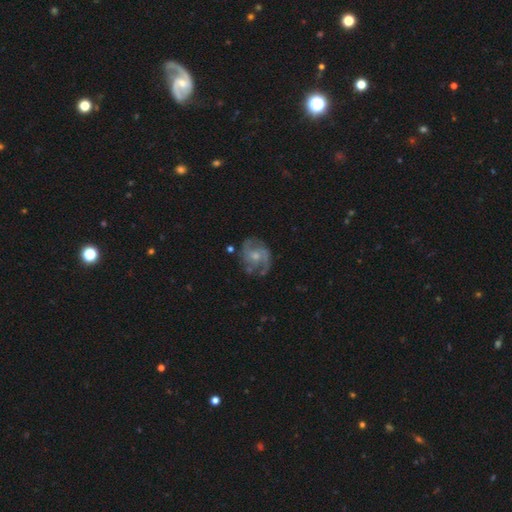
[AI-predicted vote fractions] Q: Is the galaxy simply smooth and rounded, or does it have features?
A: featured or disk — 78%.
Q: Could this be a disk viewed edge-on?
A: no — 98%.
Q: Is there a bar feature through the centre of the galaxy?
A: no — 67%.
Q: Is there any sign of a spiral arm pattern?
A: yes — 90%.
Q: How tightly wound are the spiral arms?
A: medium — 50%.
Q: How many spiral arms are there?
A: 2 — 59%.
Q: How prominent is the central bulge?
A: small — 47%.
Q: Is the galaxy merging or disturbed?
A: none — 67%.